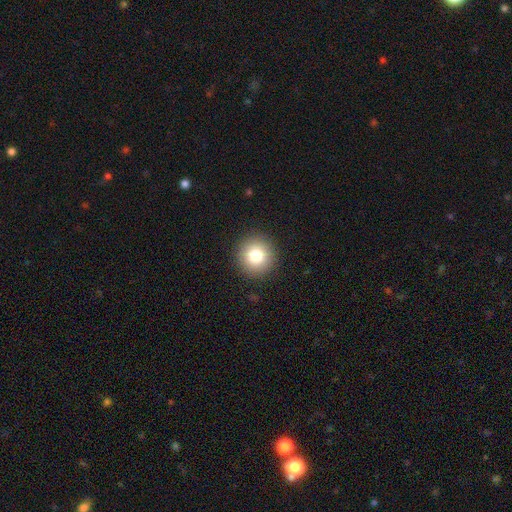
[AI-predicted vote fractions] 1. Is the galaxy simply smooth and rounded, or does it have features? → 81% smooth, 11% star or artifact, 9% featured or disk.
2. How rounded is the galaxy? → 95% round, 4% in between, 1% cigar-shaped.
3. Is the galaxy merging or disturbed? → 92% none, 5% minor disturbance, 2% major disturbance, 1% merger.